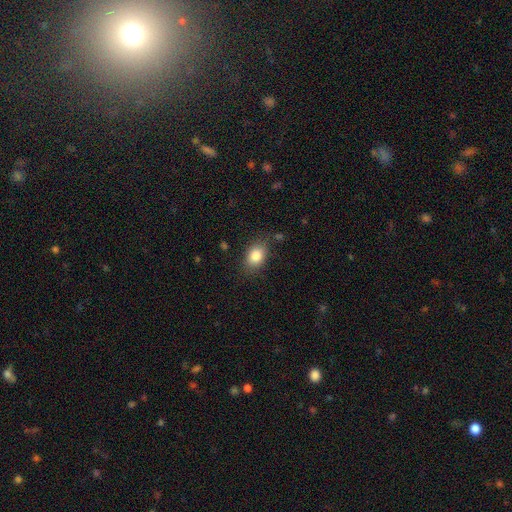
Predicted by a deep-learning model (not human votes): Smooth or featured?
  - smooth: 83% *
  - star or artifact: 9%
  - featured or disk: 8%
How rounded?
  - in between: 76% *
  - round: 22%
  - cigar-shaped: 2%
Merging?
  - none: 80% *
  - minor disturbance: 15%
  - major disturbance: 4%
  - merger: 2%